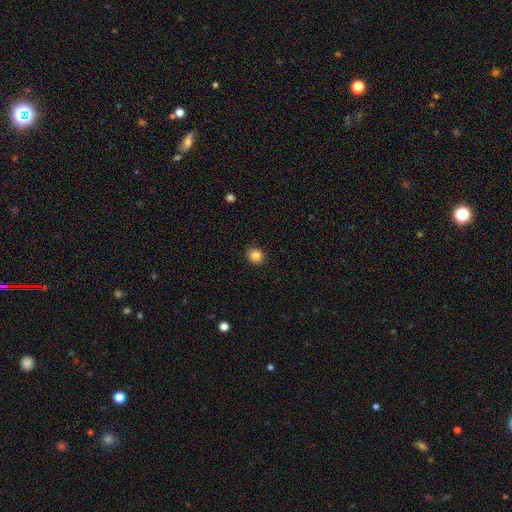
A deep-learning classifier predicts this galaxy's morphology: A smooth galaxy with no disk features (85%) that is round (83%). Merging: none (91%).